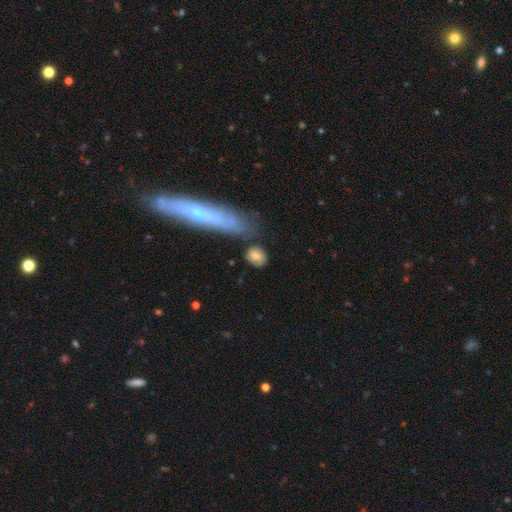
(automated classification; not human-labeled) The model was most divided on "how rounded": round: 50%, in between: 46%, cigar-shaped: 4%. More confident: smooth or featured — smooth (74%); merging — none (66%).